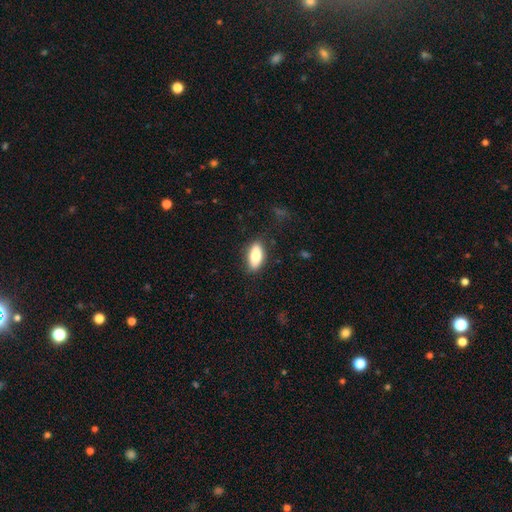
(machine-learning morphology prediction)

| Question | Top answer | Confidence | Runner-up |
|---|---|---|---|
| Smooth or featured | smooth | 82% | featured or disk (12%) |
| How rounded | in between | 81% | cigar-shaped (15%) |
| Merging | none | 84% | minor disturbance (12%) |